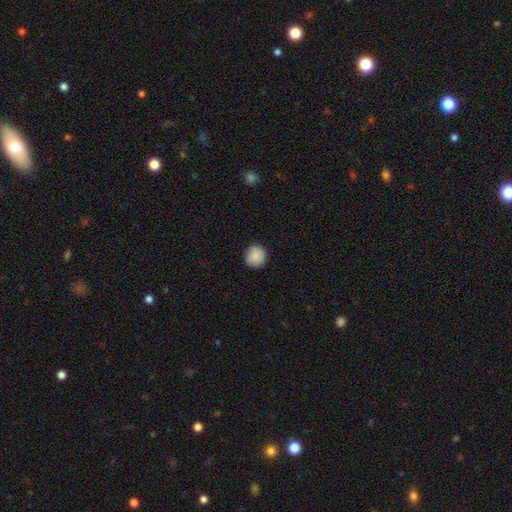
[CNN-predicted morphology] The model was most divided on "merging": none: 87%, minor disturbance: 10%, major disturbance: 2%, merger: 1%. More confident: how rounded — round (92%); smooth or featured — smooth (88%).